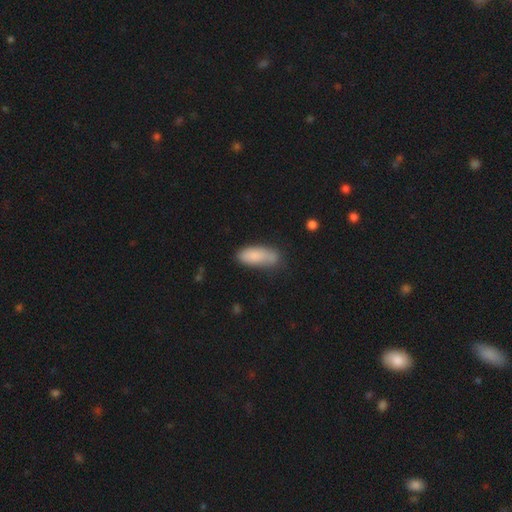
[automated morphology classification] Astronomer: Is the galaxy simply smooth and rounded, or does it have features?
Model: smooth — 83%.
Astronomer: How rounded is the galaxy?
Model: in between — 73%.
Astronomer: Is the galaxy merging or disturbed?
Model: none — 58%.